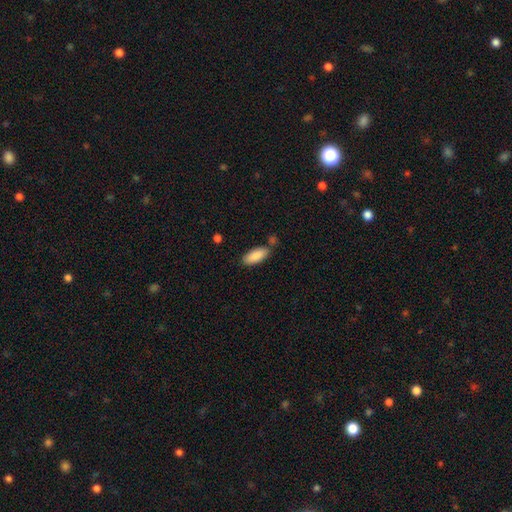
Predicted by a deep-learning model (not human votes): This appears to be a smooth galaxy with no disk features (87%) that is in between round and cigar-shaped (81%). Merging: none (75%).